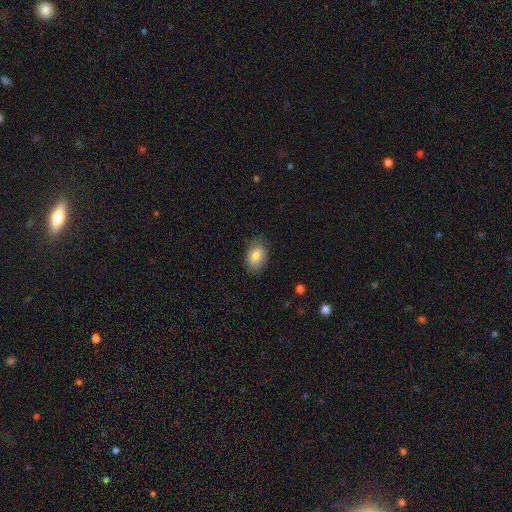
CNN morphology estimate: Overall: smooth (81%). How rounded: in between (90%). Merging: none (78%).